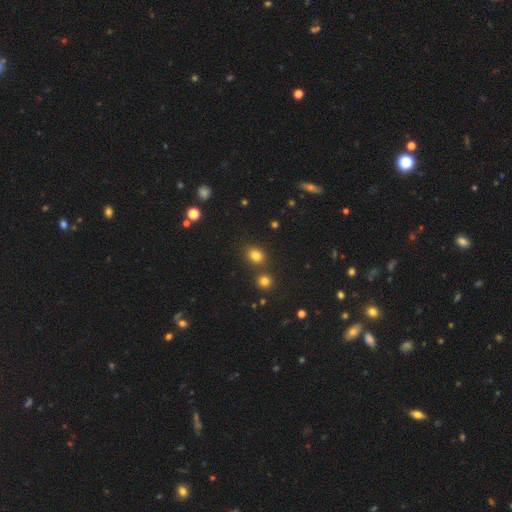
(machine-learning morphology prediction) A smooth galaxy with no disk features (79%) that is round (60%). Merging: none (76%).